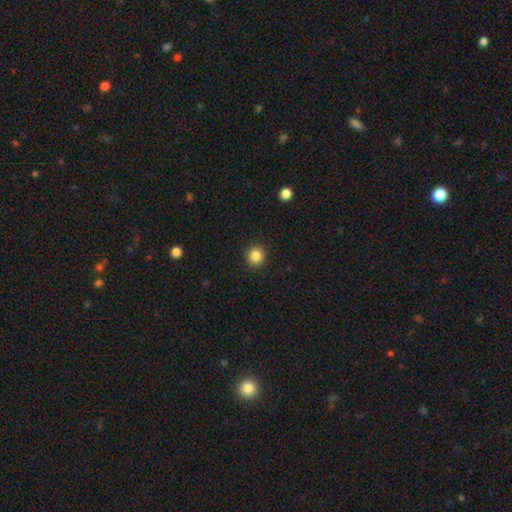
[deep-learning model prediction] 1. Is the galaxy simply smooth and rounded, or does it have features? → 86% smooth, 10% star or artifact, 4% featured or disk.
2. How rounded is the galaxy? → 91% round, 8% in between, 1% cigar-shaped.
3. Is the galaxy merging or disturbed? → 92% none, 5% minor disturbance, 2% major disturbance, 1% merger.